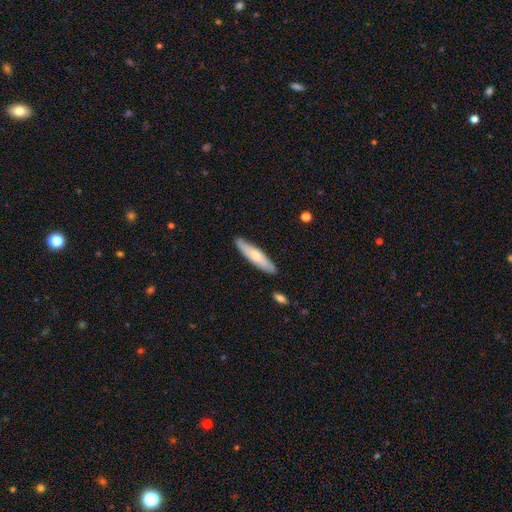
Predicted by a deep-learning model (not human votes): The model was most divided on "smooth or featured": smooth: 69%, featured or disk: 26%, star or artifact: 5%. More confident: merging — none (86%); how rounded — cigar-shaped (79%).